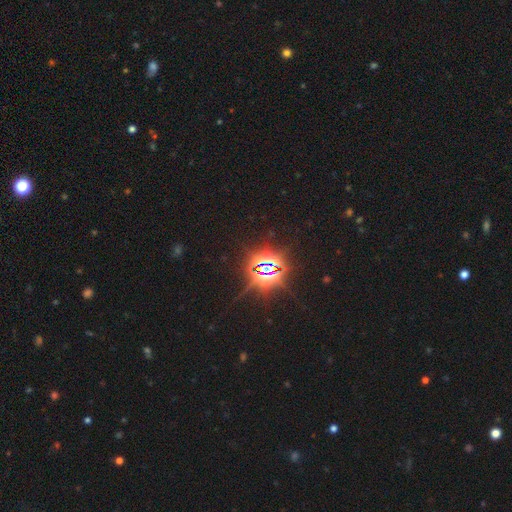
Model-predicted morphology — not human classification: A star or artifact, not a galaxy (78%).

Vote fractions:
- Smooth or featured? star or artifact: 78% / smooth: 17% / featured or disk: 5%